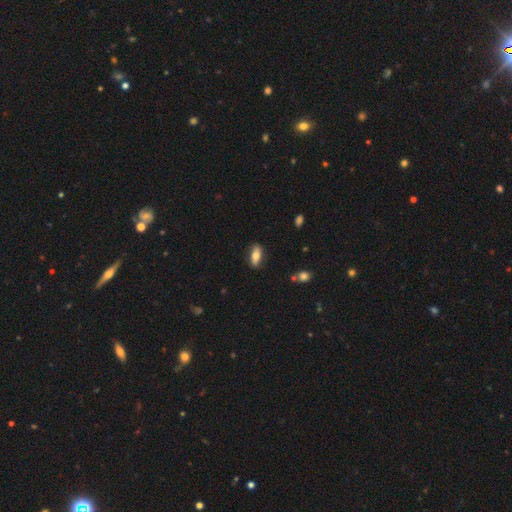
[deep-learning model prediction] Smooth or featured: smooth — 69% (featured or disk — 25%)
How rounded: in between — 73% (cigar-shaped — 24%)
Merging: none — 85% (minor disturbance — 11%)